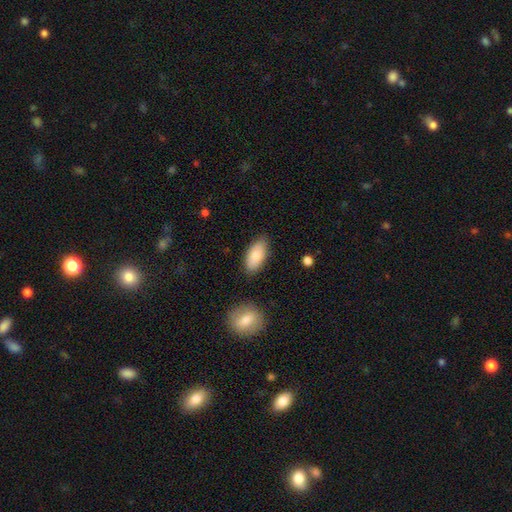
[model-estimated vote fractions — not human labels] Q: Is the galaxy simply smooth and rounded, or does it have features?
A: smooth — 82%.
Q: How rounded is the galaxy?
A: in between — 92%.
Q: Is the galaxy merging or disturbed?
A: none — 81%.